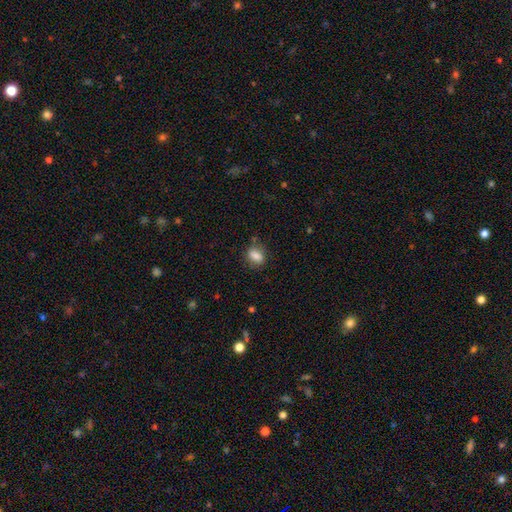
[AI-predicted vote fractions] The model was most divided on "how rounded": in between: 70%, round: 27%, cigar-shaped: 3%. More confident: smooth or featured — smooth (83%); merging — none (76%).